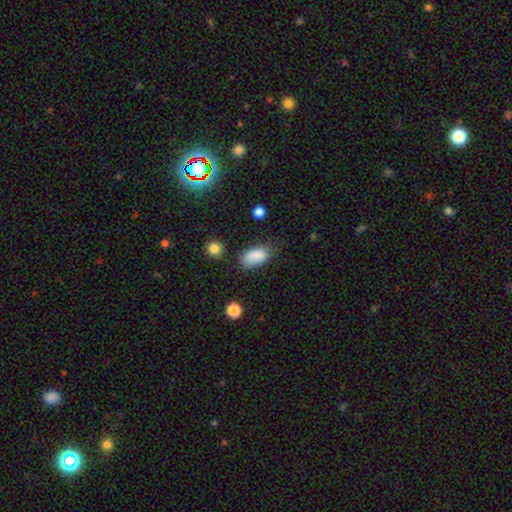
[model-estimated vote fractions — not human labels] smooth-or-featured: smooth: 84% | star or artifact: 9% | featured or disk: 7%
  how-rounded: in between: 91% | round: 6% | cigar-shaped: 3%
  merging: none: 59% | minor disturbance: 28% | major disturbance: 8% | merger: 4%